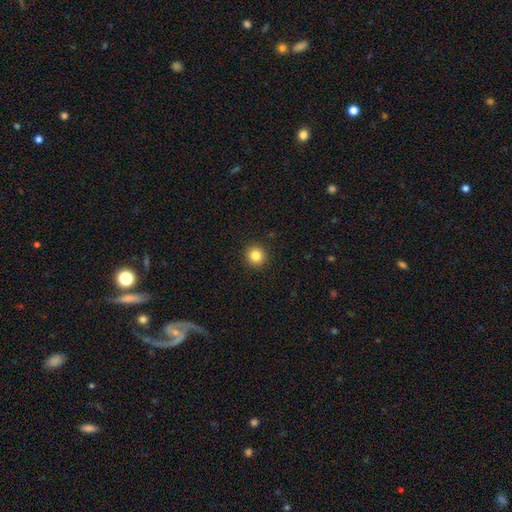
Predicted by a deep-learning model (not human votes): Smooth or featured: smooth — 83% (star or artifact — 11%)
How rounded: round — 95% (in between — 5%)
Merging: none — 93% (minor disturbance — 5%)